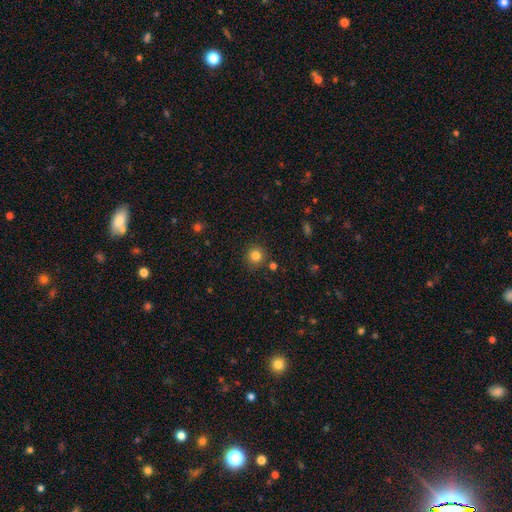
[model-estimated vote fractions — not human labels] A smooth galaxy with no disk features (82%) that is round (92%).

Vote fractions:
- Smooth or featured? smooth: 82% / star or artifact: 12% / featured or disk: 5%
- How rounded? round: 92% / in between: 7% / cigar-shaped: 1%
- Merging? none: 85% / minor disturbance: 8% / merger: 4% / major disturbance: 3%